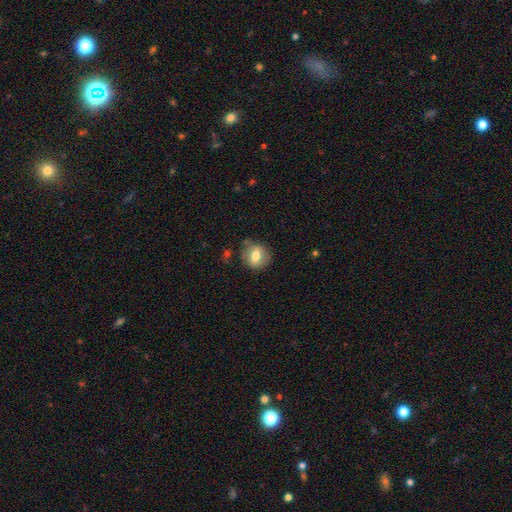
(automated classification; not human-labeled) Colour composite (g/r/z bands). It shows a smooth galaxy with no disk features (67%) that is round (69%). Merging: none (78%).